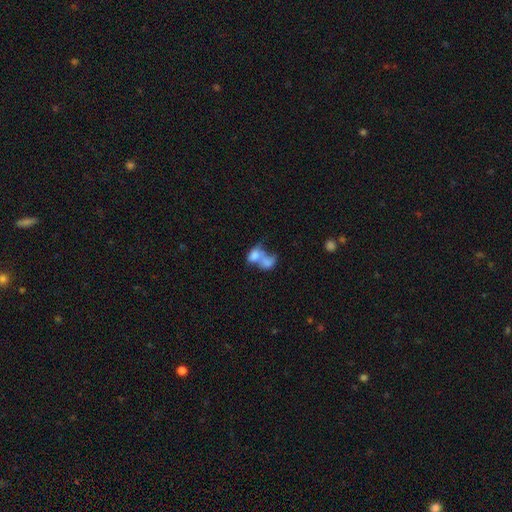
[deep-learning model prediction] smooth_or_featured: smooth (p=0.68) [alt: featured or disk p=0.23]
how_rounded: in between (p=0.76) [alt: round p=0.22]
merging: merger (p=0.75) [alt: none p=0.11]